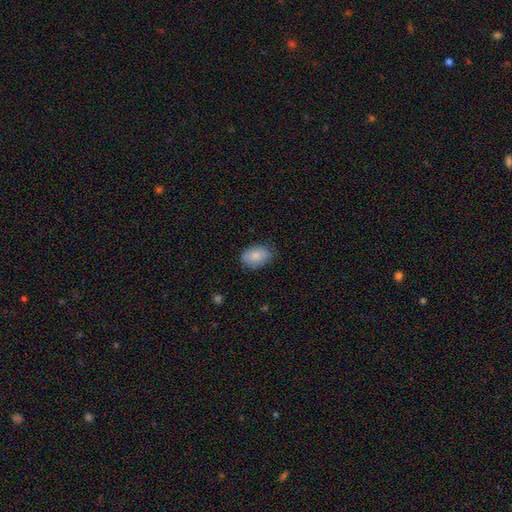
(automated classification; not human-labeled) This is clearly a smooth galaxy (83%). How rounded: clearly in between (83%). Merging: likely none (77%).